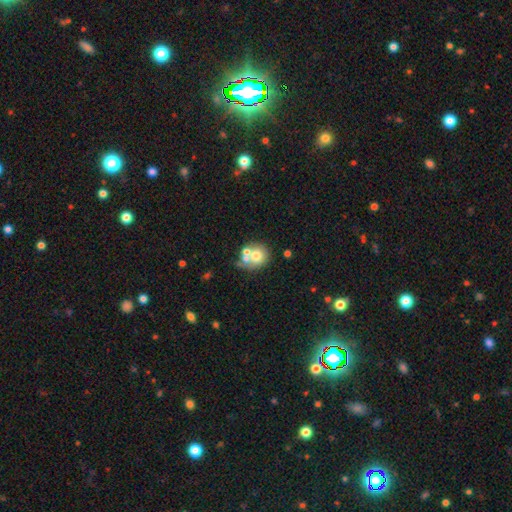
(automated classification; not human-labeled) A smooth galaxy with no disk features (64%) that is round (81%).

Vote fractions:
- Smooth or featured? smooth: 64% / featured or disk: 26% / star or artifact: 11%
- How rounded? round: 81% / in between: 18% / cigar-shaped: 1%
- Merging? none: 42% (tied) / merger: 42% (tied) / minor disturbance: 11% / major disturbance: 6%